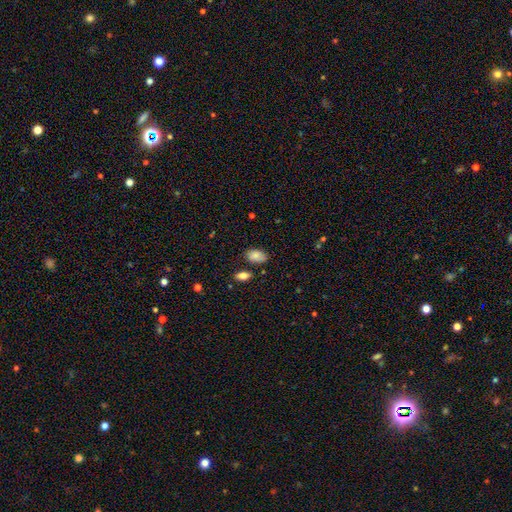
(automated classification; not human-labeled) A smooth galaxy with no disk features (84%) that is in between round and cigar-shaped (92%).

Vote fractions:
- Smooth or featured? smooth: 84% / star or artifact: 8% / featured or disk: 8%
- How rounded? in between: 92% / round: 7% / cigar-shaped: 2%
- Merging? none: 72% / minor disturbance: 18% / merger: 6% / major disturbance: 4%